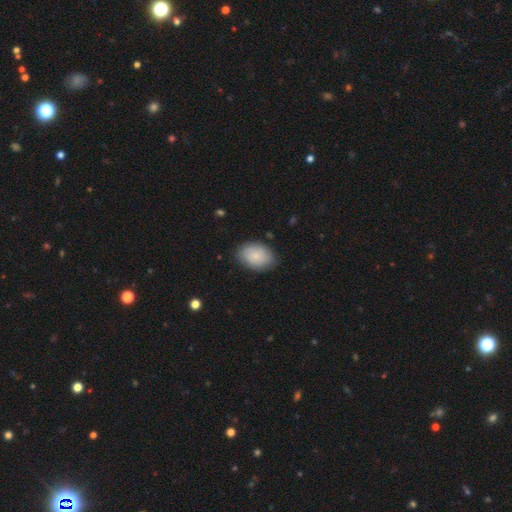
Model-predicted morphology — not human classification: smooth-or-featured: smooth: 80% | featured or disk: 13% | star or artifact: 7%
  how-rounded: in between: 80% | round: 19% | cigar-shaped: 1%
  merging: none: 81% | minor disturbance: 15% | major disturbance: 3% | merger: 1%